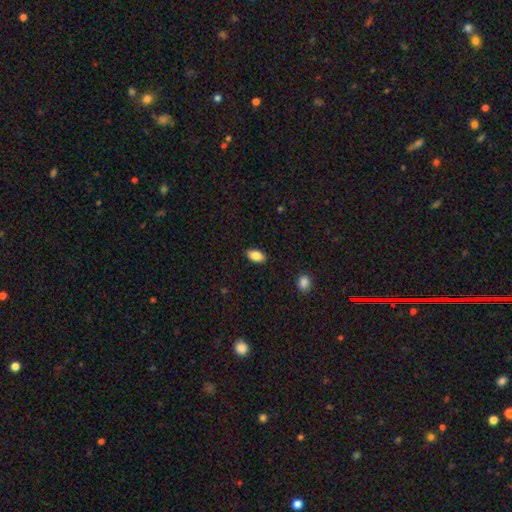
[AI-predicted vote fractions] Smooth or featured? Predicted: smooth (p=0.83). How rounded? Predicted: in between (p=0.91). Merging? Predicted: none (p=0.89).